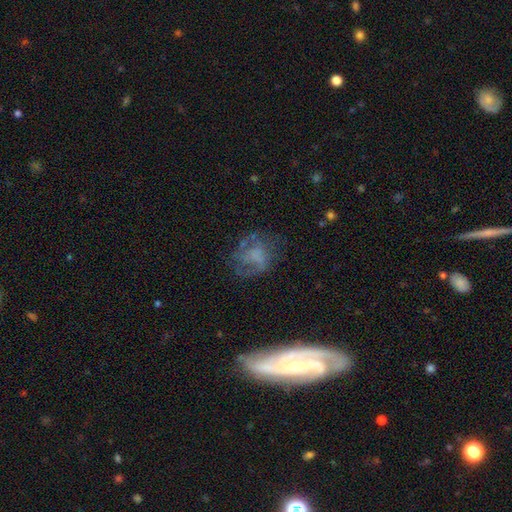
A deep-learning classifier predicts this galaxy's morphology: Smooth or featured? Predicted: featured or disk (p=0.51). Edge-on disk? Predicted: no (p=0.97). Merging? Predicted: none (p=0.52).